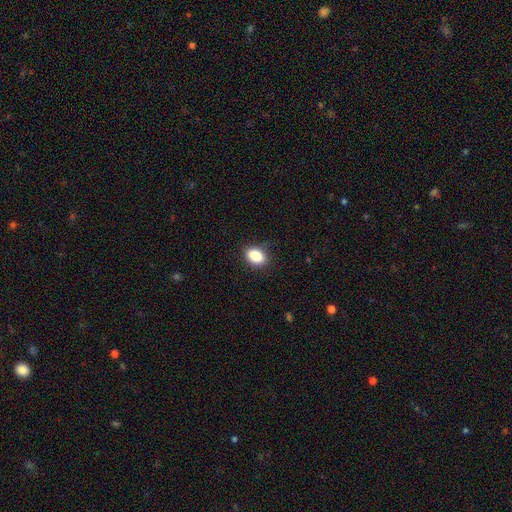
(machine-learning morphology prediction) A smooth galaxy with no disk features (86%) that is in between round and cigar-shaped (81%). Merging: none (84%).